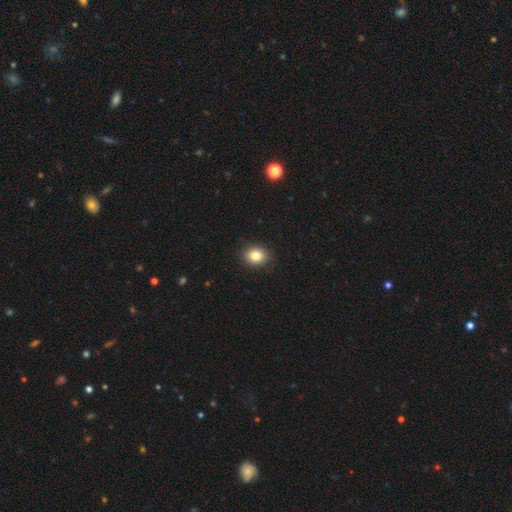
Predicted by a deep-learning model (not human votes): This is clearly a smooth galaxy (83%). How rounded: likely round (62%). Merging: clearly none (89%).